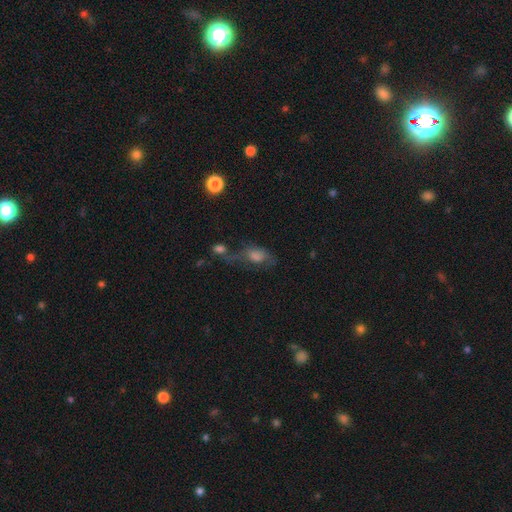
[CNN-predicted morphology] smooth 46%, featured or disk 33%, star or artifact 20%. Down the decision tree: merging — none (30%).